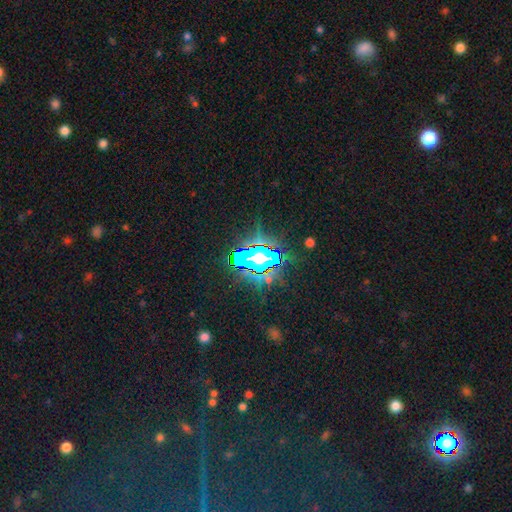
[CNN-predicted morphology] Smooth or featured: star or artifact — 64% (smooth — 20%)